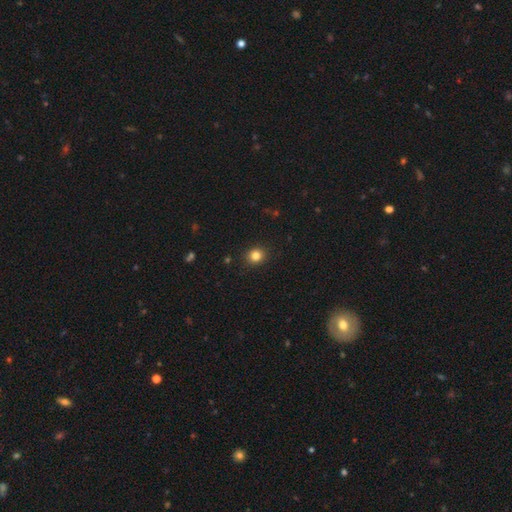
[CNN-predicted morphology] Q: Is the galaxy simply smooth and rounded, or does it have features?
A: smooth — 83%.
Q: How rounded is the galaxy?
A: round — 81%.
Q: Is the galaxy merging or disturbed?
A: none — 91%.